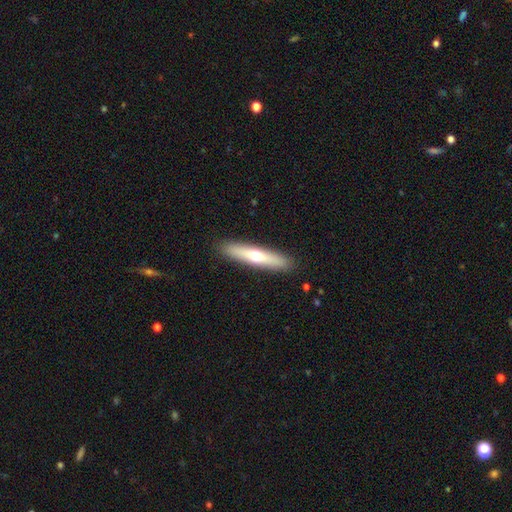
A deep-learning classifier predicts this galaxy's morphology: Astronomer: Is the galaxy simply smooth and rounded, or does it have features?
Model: smooth — 55% (runner-up: featured or disk, 39%).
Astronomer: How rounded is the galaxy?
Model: cigar-shaped — 86%.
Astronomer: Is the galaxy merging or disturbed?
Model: none — 91%.